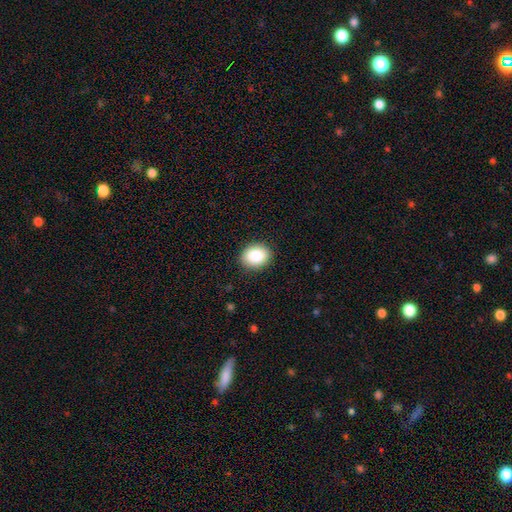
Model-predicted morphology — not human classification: Q: Smooth or featured?
A: smooth (88%); runner-up: star or artifact (8%)
Q: How rounded?
A: in between (54%); runner-up: round (45%)
Q: Merging?
A: none (89%); runner-up: minor disturbance (8%)